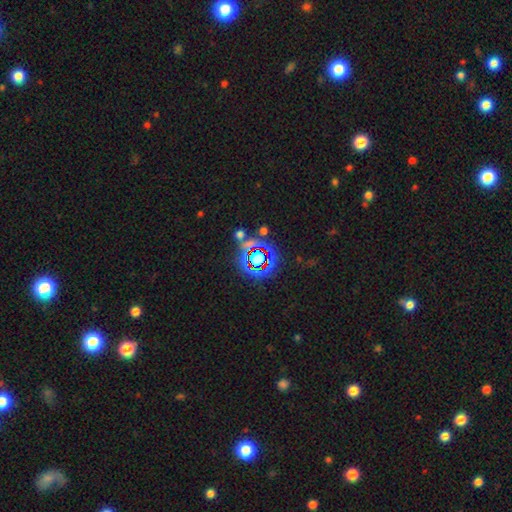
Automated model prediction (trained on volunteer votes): The model was most divided on "smooth or featured": star or artifact: 78%, smooth: 13%, featured or disk: 9%.